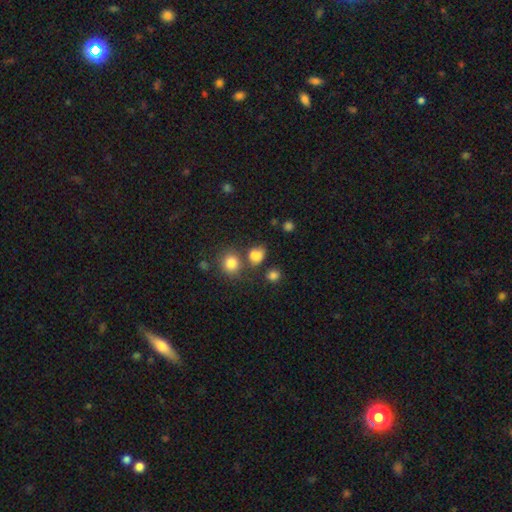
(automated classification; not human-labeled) Smooth or featured?
  - smooth: 79% *
  - star or artifact: 14%
  - featured or disk: 7%
How rounded?
  - round: 59% *
  - in between: 40%
  - cigar-shaped: 1%
Merging?
  - none: 54% *
  - merger: 22%
  - minor disturbance: 16%
  - major disturbance: 8%